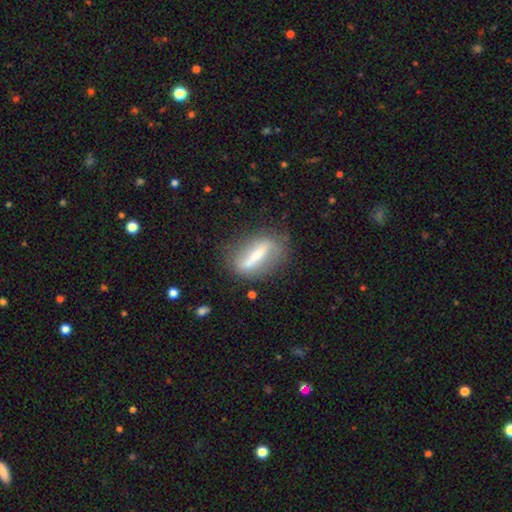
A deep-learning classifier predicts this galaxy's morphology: smooth_or_featured: featured or disk (p=0.52) [alt: smooth p=0.39]
disk_edge_on: no (p=0.68) [alt: yes p=0.32]
merging: none (p=0.72) [alt: minor disturbance p=0.16]